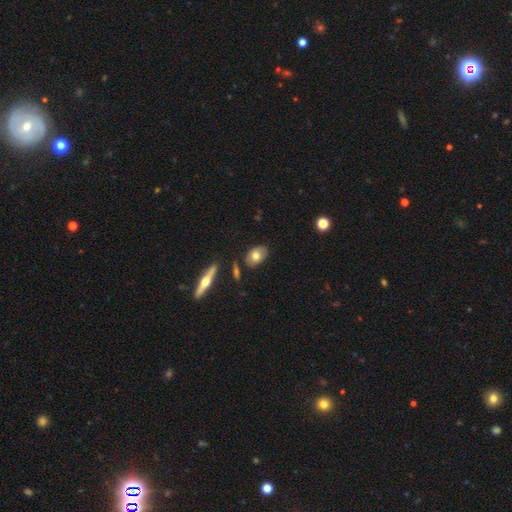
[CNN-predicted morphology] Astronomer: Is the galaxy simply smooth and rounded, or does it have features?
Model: smooth — 66%.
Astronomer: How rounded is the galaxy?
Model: in between — 83%.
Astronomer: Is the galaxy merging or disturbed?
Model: none — 80%.